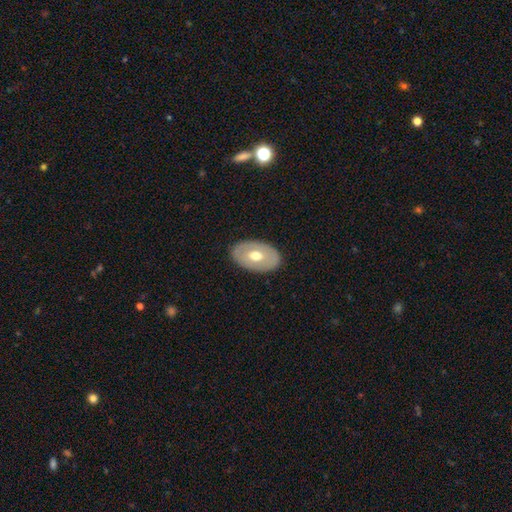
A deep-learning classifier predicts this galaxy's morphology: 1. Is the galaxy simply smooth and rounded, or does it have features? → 52% smooth, 42% featured or disk, 5% star or artifact.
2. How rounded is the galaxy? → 88% in between, 11% round, 1% cigar-shaped.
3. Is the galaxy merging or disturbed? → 87% none, 10% minor disturbance, 2% major disturbance, 1% merger.